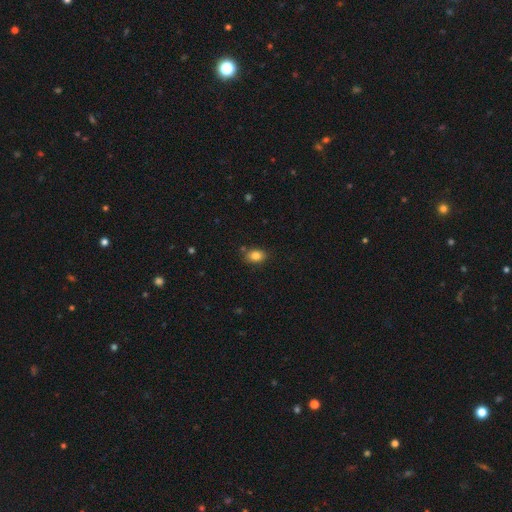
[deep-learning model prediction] smooth-or-featured: smooth: 83% | star or artifact: 10% | featured or disk: 7%
  how-rounded: in between: 73% | round: 25% | cigar-shaped: 1%
  merging: none: 80% | minor disturbance: 13% | merger: 4% | major disturbance: 3%